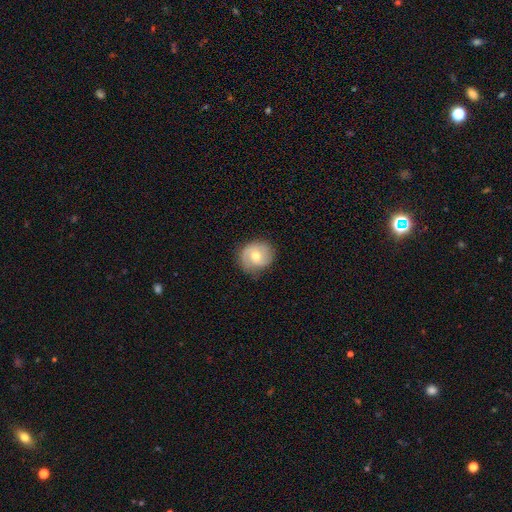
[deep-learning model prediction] smooth_or_featured: featured or disk (p=0.58) [alt: smooth p=0.35]
disk_edge_on: no (p=0.97) [alt: yes p=0.03]
bar: no (p=0.61) [alt: weak p=0.34]
has_spiral_arms: yes (p=0.86) [alt: no p=0.14]
bulge_size: moderate (p=0.66) [alt: small p=0.28]
merging: none (p=0.75) [alt: minor disturbance p=0.18]